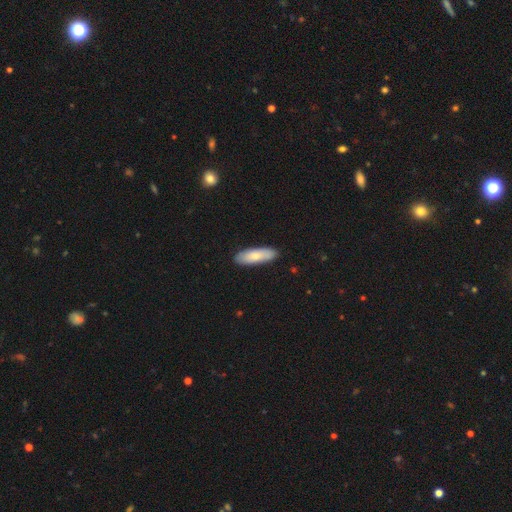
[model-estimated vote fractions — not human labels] A smooth galaxy with no disk features (75%) that is in between round and cigar-shaped (58%). Merging: none (88%).